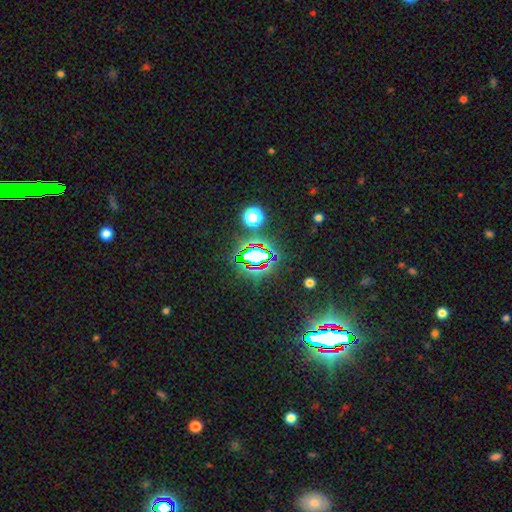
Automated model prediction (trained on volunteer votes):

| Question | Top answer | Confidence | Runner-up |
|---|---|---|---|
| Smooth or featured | star or artifact | 71% | smooth (18%) |